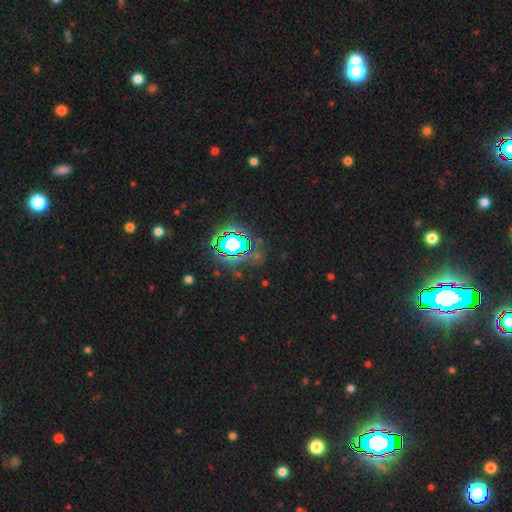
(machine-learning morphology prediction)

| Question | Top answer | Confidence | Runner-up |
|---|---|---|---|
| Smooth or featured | star or artifact | 77% | smooth (15%) |